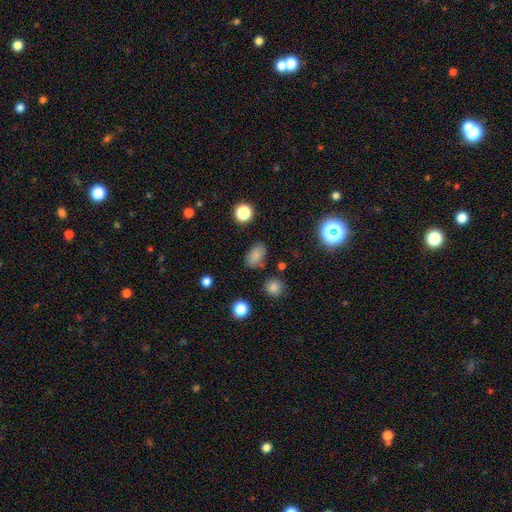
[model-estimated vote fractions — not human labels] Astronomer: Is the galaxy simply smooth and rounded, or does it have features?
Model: smooth — 79%.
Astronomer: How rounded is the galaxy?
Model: in between — 86%.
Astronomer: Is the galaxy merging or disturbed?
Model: none — 76%.